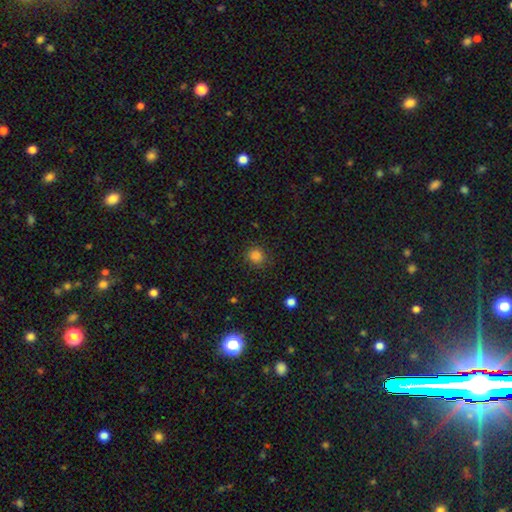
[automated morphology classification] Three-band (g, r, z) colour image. It shows a smooth galaxy with no disk features (84%) that is round (87%). Merging: none (86%).